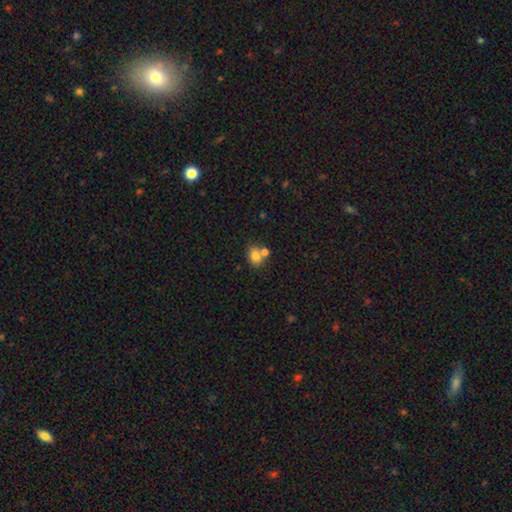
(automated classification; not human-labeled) Smooth or featured? Predicted: smooth (p=0.79). How rounded? Predicted: in between (p=0.61). Merging? Predicted: none (p=0.52).